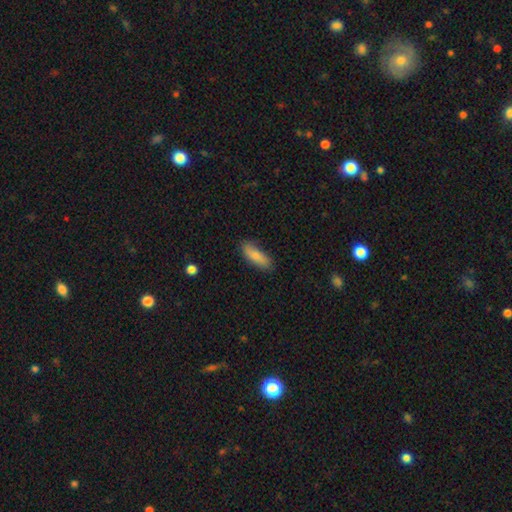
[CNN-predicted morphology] This appears to be a smooth galaxy with no disk features (83%) that is in between round and cigar-shaped (60%). Merging: none (81%).